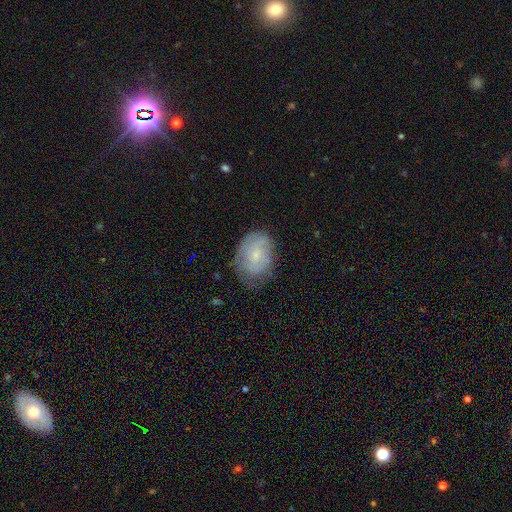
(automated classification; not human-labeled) Smooth or featured?
  - smooth: 52% *
  - featured or disk: 41%
  - star or artifact: 8%
How rounded?
  - in between: 74% *
  - round: 25%
  - cigar-shaped: 1%
Merging?
  - none: 57% *
  - minor disturbance: 31%
  - major disturbance: 11%
  - merger: 1%